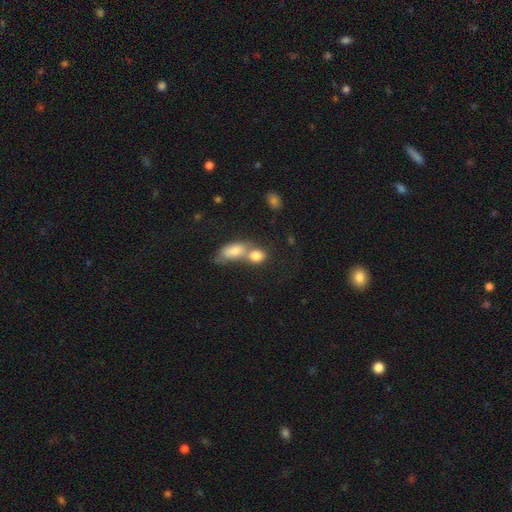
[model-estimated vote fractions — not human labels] Smooth or featured? smooth (80%)
How rounded? in between (57%)
Merging? merger (64%)